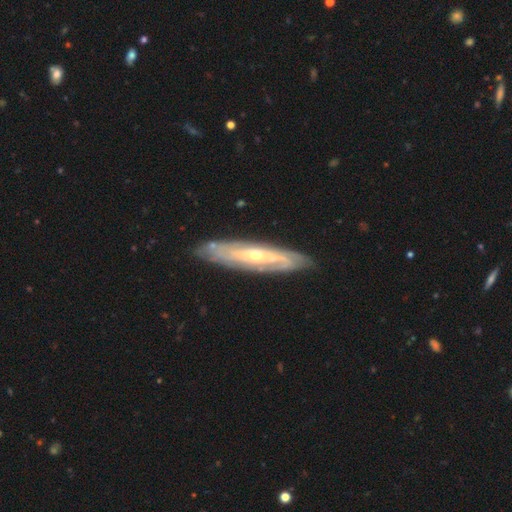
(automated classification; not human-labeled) This is likely a featured or disk galaxy (79%). It is possibly not viewed edge-on (58%). Merging: clearly none (83%).